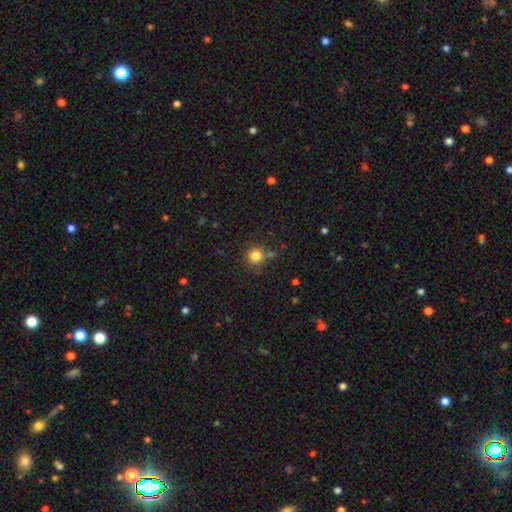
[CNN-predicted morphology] This appears to be a smooth galaxy with no disk features (82%) that is round (92%). Merging: none (76%).